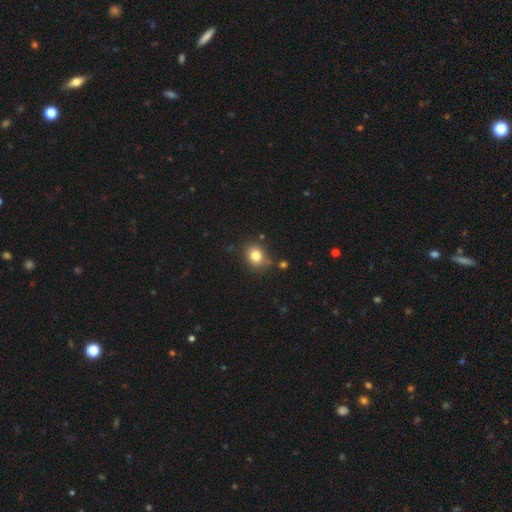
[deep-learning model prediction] Smooth or featured?
  - smooth: 81% *
  - star or artifact: 11%
  - featured or disk: 7%
How rounded?
  - round: 66% *
  - in between: 34%
  - cigar-shaped: 1%
Merging?
  - none: 80% *
  - minor disturbance: 12%
  - merger: 5%
  - major disturbance: 3%